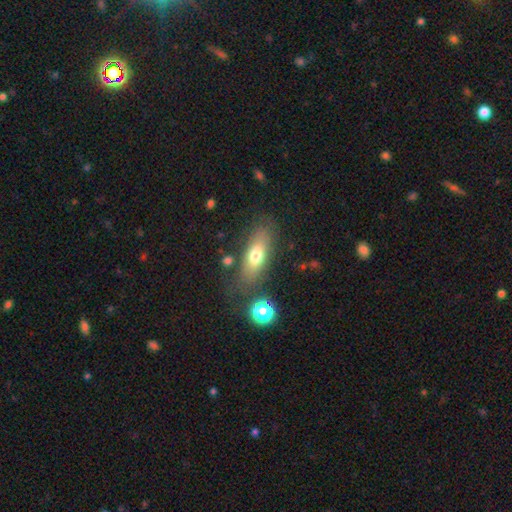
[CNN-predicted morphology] Q: Smooth or featured?
A: smooth (67%); runner-up: featured or disk (23%)
Q: How rounded?
A: in between (70%); runner-up: cigar-shaped (25%)
Q: Merging?
A: none (75%); runner-up: minor disturbance (15%)